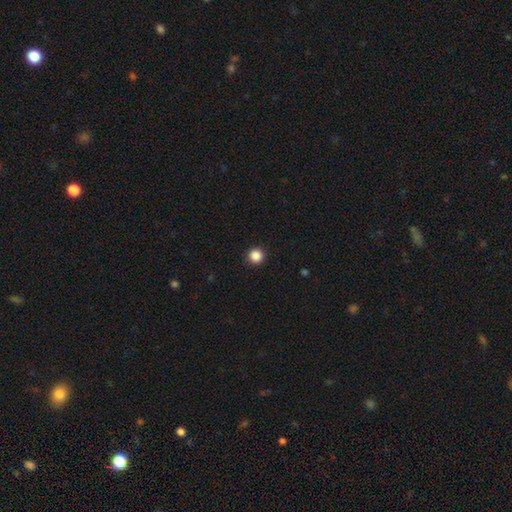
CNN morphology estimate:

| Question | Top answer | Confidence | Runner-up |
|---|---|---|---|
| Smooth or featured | smooth | 87% | star or artifact (10%) |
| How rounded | round | 96% | in between (3%) |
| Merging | none | 93% | minor disturbance (4%) |